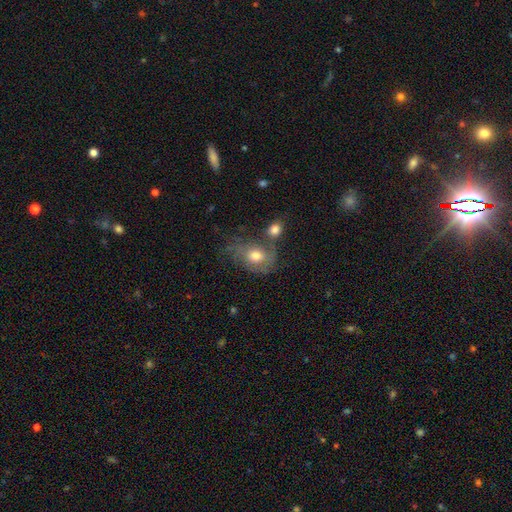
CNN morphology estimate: A smooth galaxy with no disk features (46%).

Vote fractions:
- Smooth or featured? smooth: 46% / featured or disk: 45% / star or artifact: 9%
- Merging? none: 41% / merger: 22% / minor disturbance: 21% / major disturbance: 16%